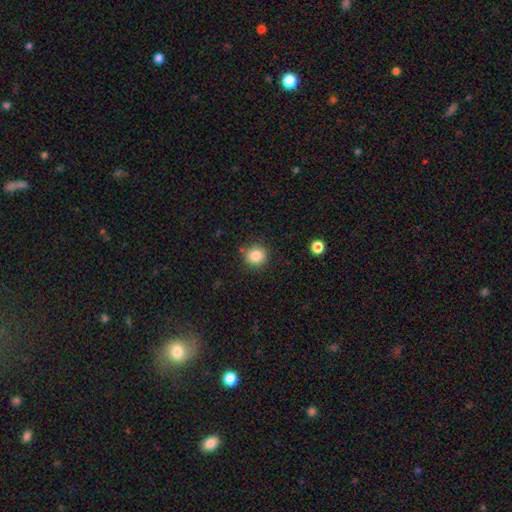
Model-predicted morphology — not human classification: A smooth galaxy with no disk features (84%) that is round (90%).

Vote fractions:
- Smooth or featured? smooth: 84% / star or artifact: 10% / featured or disk: 6%
- How rounded? round: 90% / in between: 9% / cigar-shaped: 1%
- Merging? none: 87% / minor disturbance: 8% / major disturbance: 2% / merger: 2%